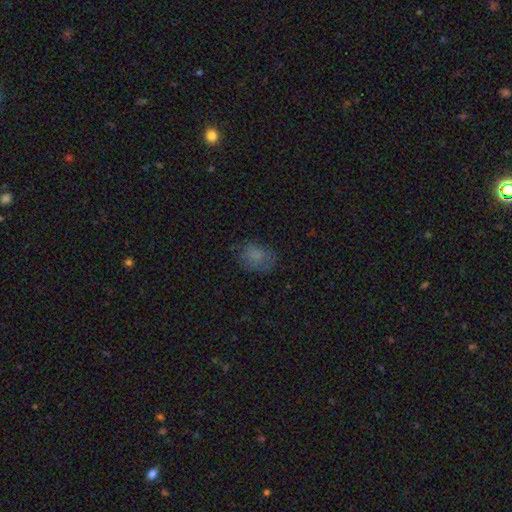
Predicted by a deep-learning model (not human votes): Overall: smooth (71%). How rounded: in between (60%; round 39%). Merging: none (66%).